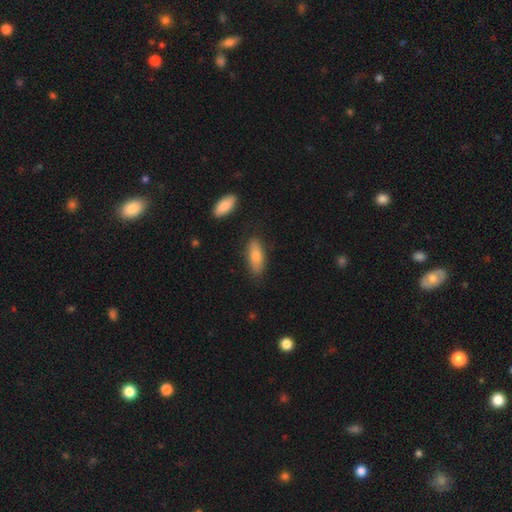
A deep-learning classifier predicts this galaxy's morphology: smooth-or-featured: smooth: 76% | featured or disk: 17% | star or artifact: 7%
  how-rounded: in between: 68% | cigar-shaped: 29% | round: 3%
  merging: none: 81% | minor disturbance: 14% | major disturbance: 3% | merger: 2%